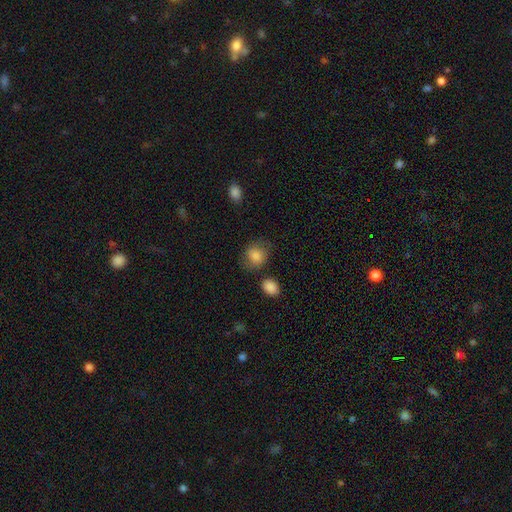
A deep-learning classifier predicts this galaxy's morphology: A smooth galaxy with no disk features (82%) that is round (56%).

Vote fractions:
- Smooth or featured? smooth: 82% / featured or disk: 10% / star or artifact: 8%
- How rounded? round: 56% / in between: 43% / cigar-shaped: 1%
- Merging? none: 68% / minor disturbance: 20% / major disturbance: 7% / merger: 5%